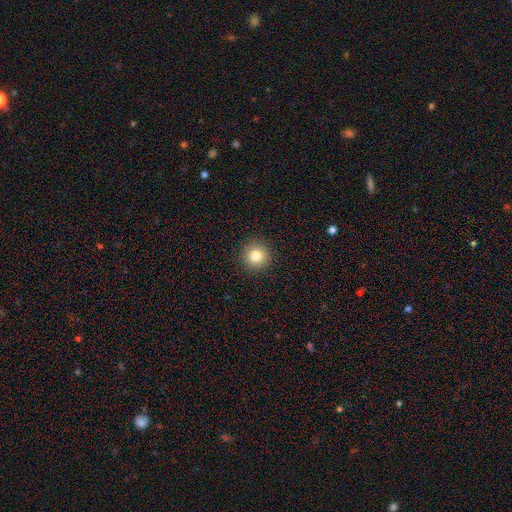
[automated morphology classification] Smooth or featured?
  - smooth: 81% *
  - star or artifact: 12%
  - featured or disk: 7%
How rounded?
  - round: 95% *
  - in between: 4%
  - cigar-shaped: 1%
Merging?
  - none: 92% *
  - minor disturbance: 5%
  - major disturbance: 2%
  - merger: 1%